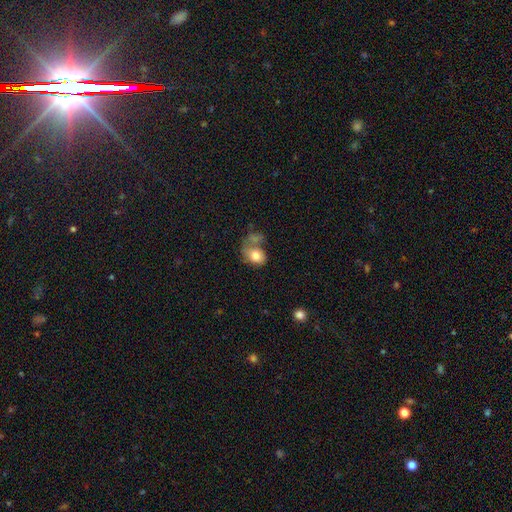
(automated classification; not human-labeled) Smooth or featured? smooth (77%)
How rounded? in between (63%)
Merging? merger (36%)